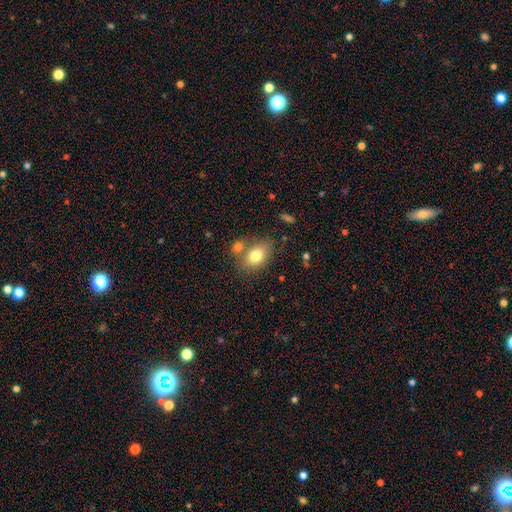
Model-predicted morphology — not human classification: This appears to be a smooth galaxy with no disk features (78%) that is in between round and cigar-shaped (82%). Merging: none (61%).